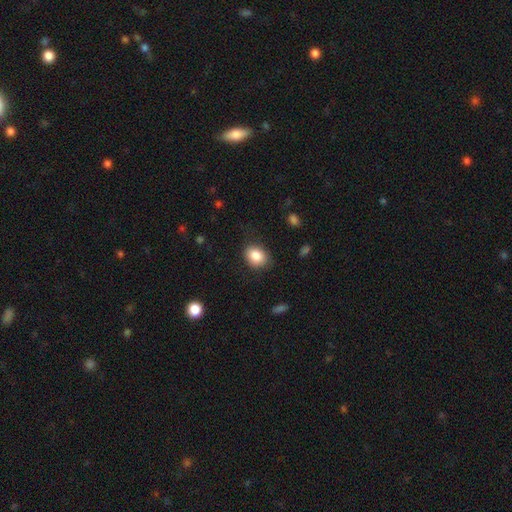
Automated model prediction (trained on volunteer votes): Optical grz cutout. It shows a smooth galaxy with no disk features (85%) that is in between round and cigar-shaped (55%). Merging: none (79%).